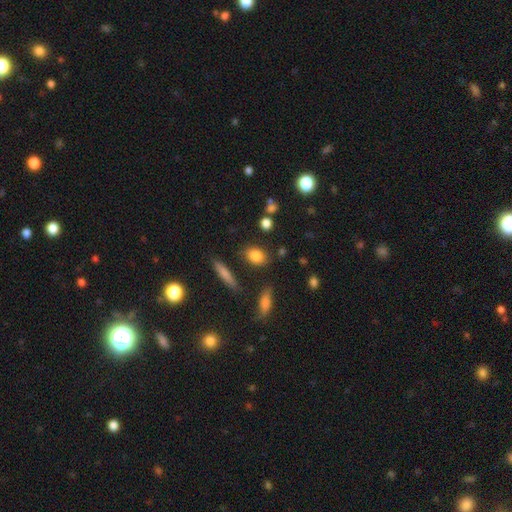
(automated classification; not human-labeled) Morphology: type=smooth (83%); roundness=in between (63%); merging=none (81%).